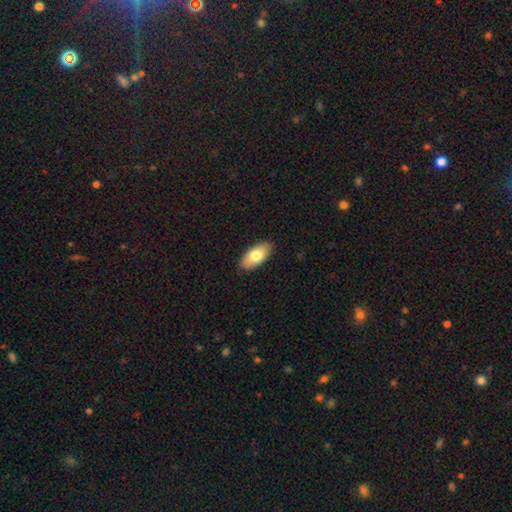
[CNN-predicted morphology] smooth-or-featured: smooth: 76% | featured or disk: 18% | star or artifact: 6%
  how-rounded: in between: 92% | cigar-shaped: 5% | round: 3%
  merging: none: 89% | minor disturbance: 8% | major disturbance: 2% | merger: 1%